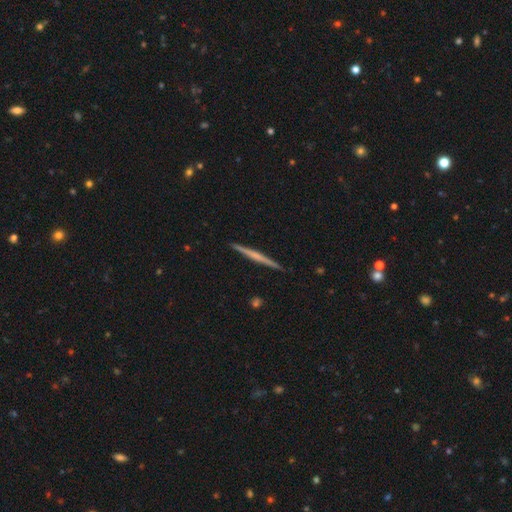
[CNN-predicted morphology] featured or disk 60%, smooth 35%, star or artifact 5%. Down the decision tree: edge-on disk — yes (98%); edge-on bulge — none (69%); merging — none (93%).